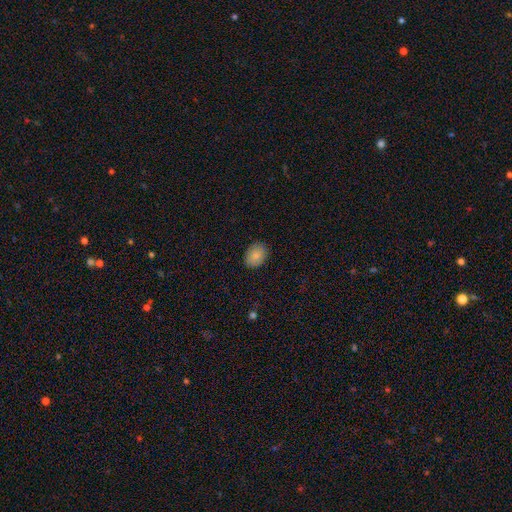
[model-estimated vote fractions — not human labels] Smooth or featured: smooth — 87% (star or artifact — 8%)
How rounded: in between — 72% (round — 27%)
Merging: none — 87% (minor disturbance — 10%)